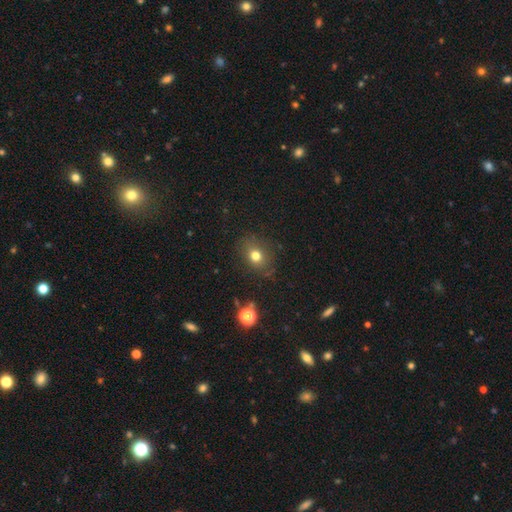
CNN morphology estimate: A smooth galaxy with no disk features (73%) that is round (55%). Merging: none (81%).